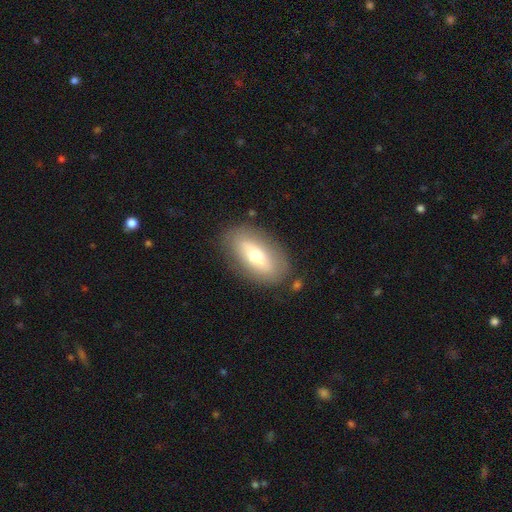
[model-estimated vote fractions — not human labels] Smooth or featured: smooth — 59% (featured or disk — 34%)
How rounded: in between — 87% (cigar-shaped — 9%)
Merging: none — 82% (minor disturbance — 11%)